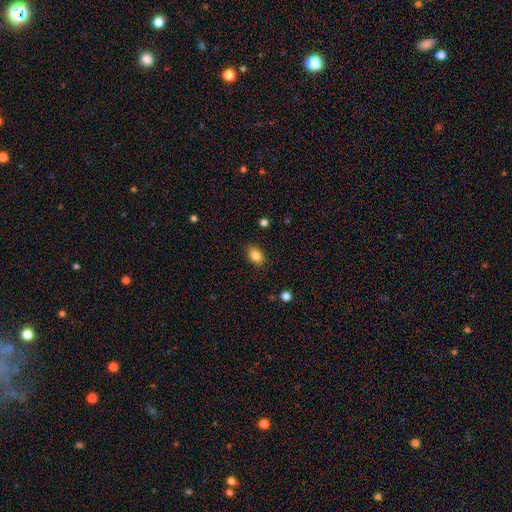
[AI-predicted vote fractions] A smooth galaxy with no disk features (84%) that is in between round and cigar-shaped (81%).

Vote fractions:
- Smooth or featured? smooth: 84% / star or artifact: 9% / featured or disk: 7%
- How rounded? in between: 81% / round: 18% / cigar-shaped: 2%
- Merging? none: 84% / minor disturbance: 12% / major disturbance: 3% / merger: 1%